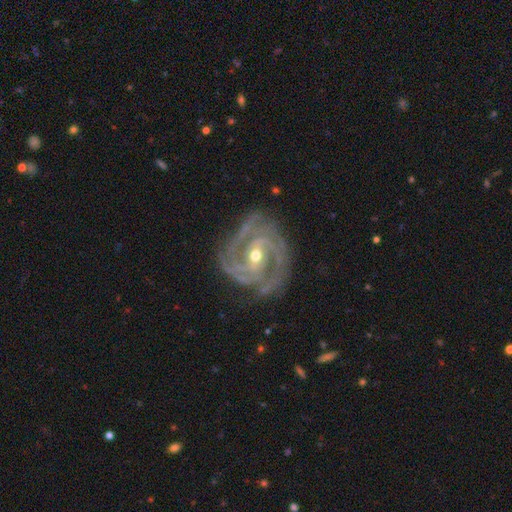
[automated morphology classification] Overall: featured or disk (93%). Edge-on disk: no (98%). Bar: weak (44%; no 29%). Spiral arms: yes (98%). Spiral arm count: 3 (38%; 2 33%). Spiral winding: tight (64%; medium 32%). Bulge size: moderate (59%; small 38%). Merging: none (77%).